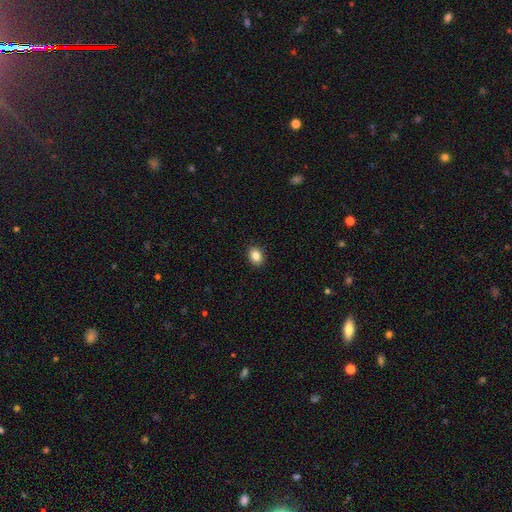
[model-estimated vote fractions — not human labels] The model was most divided on "how rounded": in between: 65%, round: 34%, cigar-shaped: 1%. More confident: merging — none (91%); smooth or featured — smooth (86%).